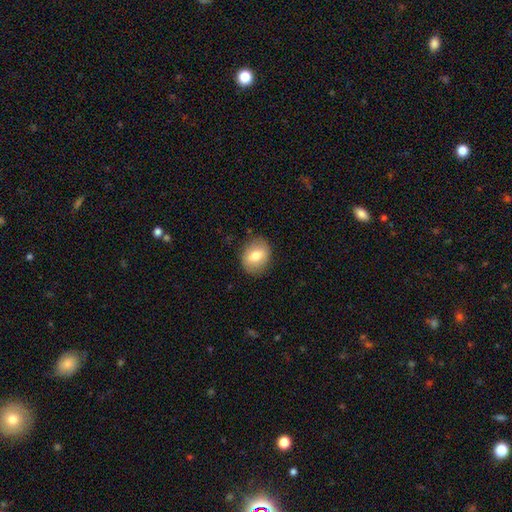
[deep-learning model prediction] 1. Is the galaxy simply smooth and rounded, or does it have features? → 72% smooth, 20% featured or disk, 8% star or artifact.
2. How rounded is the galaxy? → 52% in between, 47% round, 1% cigar-shaped.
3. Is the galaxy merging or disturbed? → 83% none, 12% minor disturbance, 3% major disturbance, 1% merger.